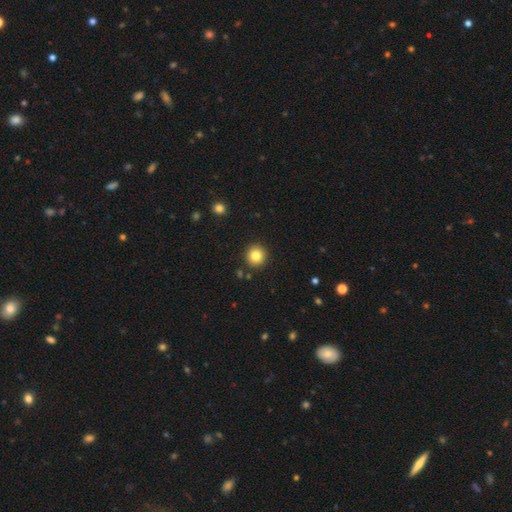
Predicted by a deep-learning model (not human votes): A smooth galaxy with no disk features (82%) that is round (94%). Merging: none (91%).